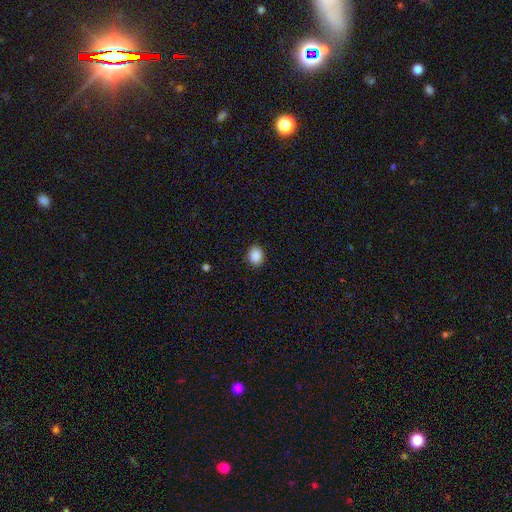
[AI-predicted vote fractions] This appears to be a smooth galaxy with no disk features (89%) that is in between round and cigar-shaped (51%). Merging: none (89%).